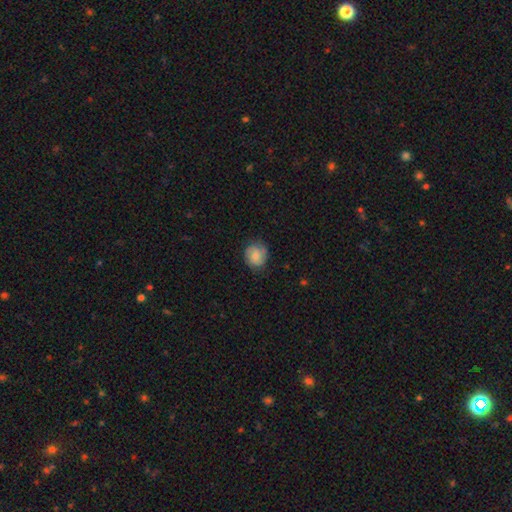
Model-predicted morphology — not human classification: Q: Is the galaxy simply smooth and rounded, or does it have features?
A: smooth — 69%.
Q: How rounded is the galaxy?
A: round — 77%.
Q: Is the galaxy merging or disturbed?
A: none — 75%.